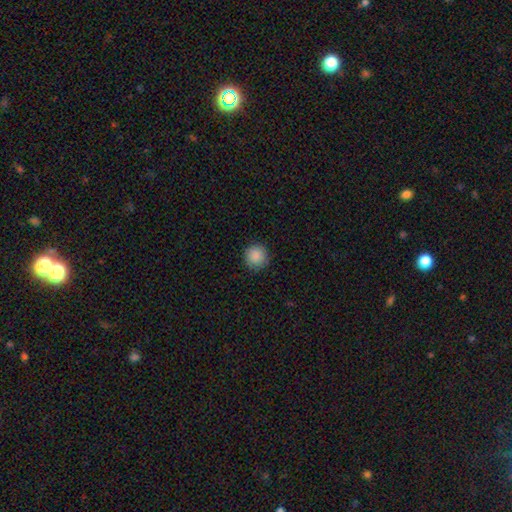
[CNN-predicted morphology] Overall: smooth (88%). How rounded: round (95%). Merging: none (90%).